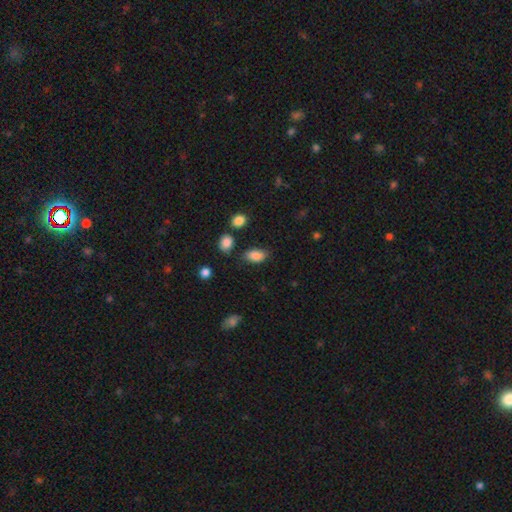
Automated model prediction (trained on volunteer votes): The model was most divided on "merging": none: 75%, minor disturbance: 17%, major disturbance: 4%, merger: 4%. More confident: how rounded — in between (91%); smooth or featured — smooth (86%).